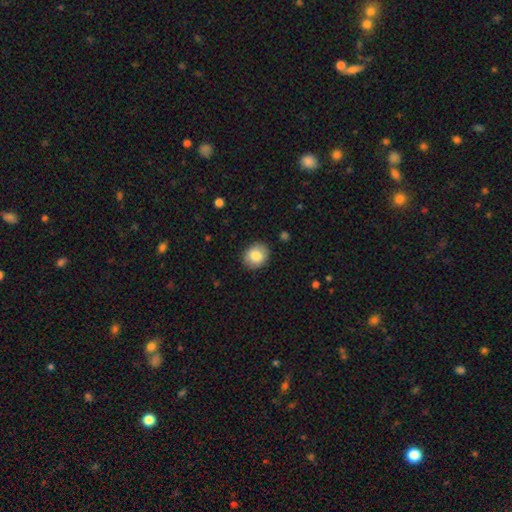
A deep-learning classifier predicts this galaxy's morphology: Q: Smooth or featured?
A: smooth (81%); runner-up: featured or disk (11%)
Q: How rounded?
A: round (62%); runner-up: in between (37%)
Q: Merging?
A: none (88%); runner-up: minor disturbance (9%)